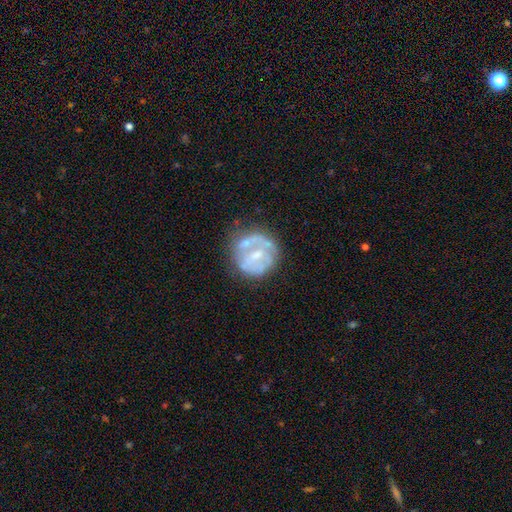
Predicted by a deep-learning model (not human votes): A featured or disk galaxy (63%) with no bar (62%), no spiral arms (70%) and a small central bulge (39%).

Vote fractions:
- Smooth or featured? featured or disk: 63% / smooth: 28% / star or artifact: 9%
- Edge-on disk? no: 98% / yes: 2%
- Bar? no: 62% / weak: 28% / strong: 10%
- Spiral arms? no: 70% / yes: 30%
- Bulge size? small: 39% / moderate: 34% / none: 23% / large: 3% / dominant: 1%
- Merging? none: 51% / minor disturbance: 21% / major disturbance: 17% / merger: 10%